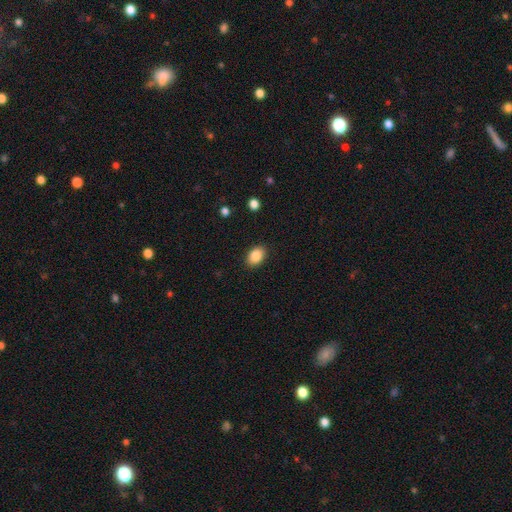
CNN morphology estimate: Smooth or featured? Predicted: smooth (p=0.87). How rounded? Predicted: in between (p=0.81). Merging? Predicted: none (p=0.88).